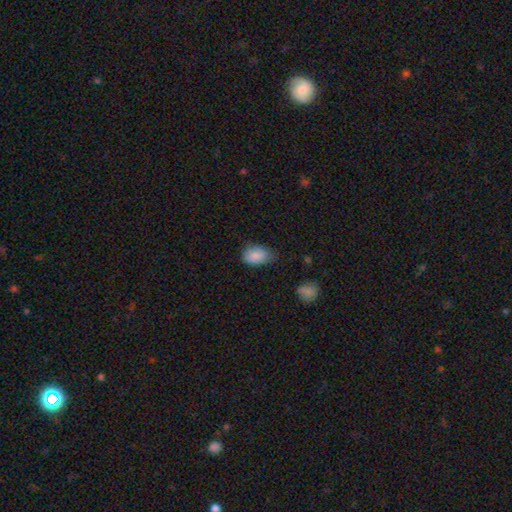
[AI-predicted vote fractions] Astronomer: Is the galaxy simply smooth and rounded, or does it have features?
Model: smooth — 86%.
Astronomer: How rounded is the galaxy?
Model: in between — 86%.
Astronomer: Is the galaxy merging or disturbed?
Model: none — 59%.